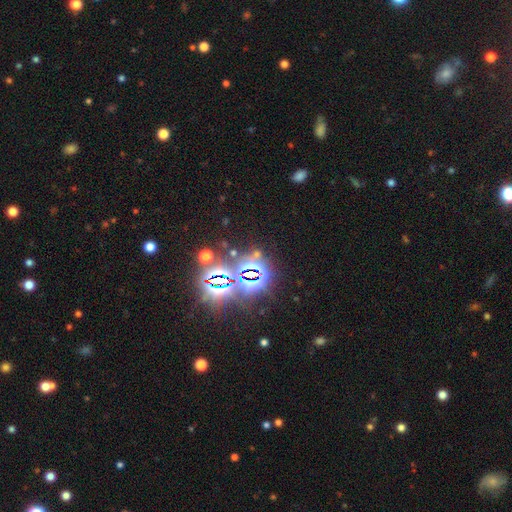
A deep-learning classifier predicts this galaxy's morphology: smooth_or_featured: star or artifact (p=0.78) [alt: smooth p=0.15]